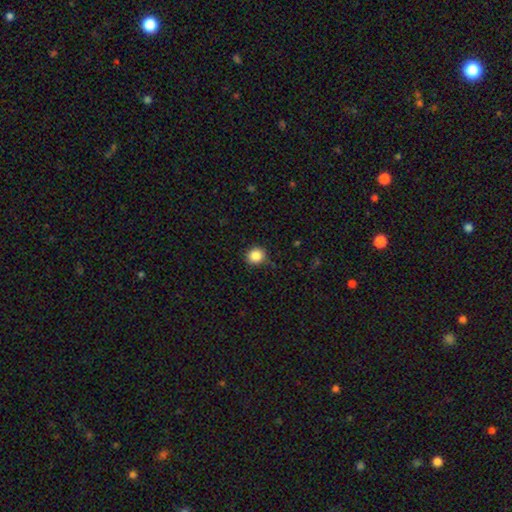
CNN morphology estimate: Q: Smooth or featured?
A: smooth (86%); runner-up: star or artifact (10%)
Q: How rounded?
A: round (89%); runner-up: in between (10%)
Q: Merging?
A: none (82%); runner-up: minor disturbance (14%)